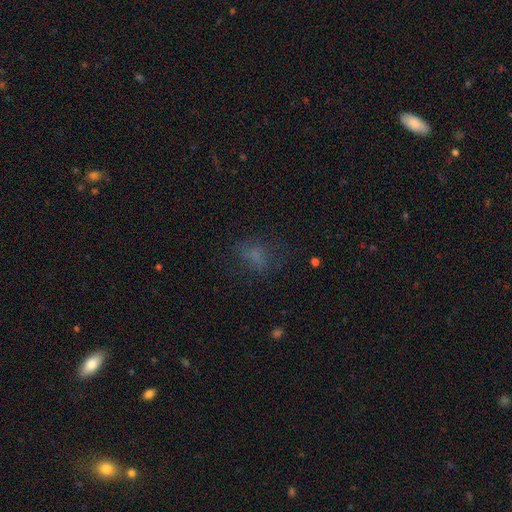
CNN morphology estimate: A smooth galaxy with no disk features (61%) that is in between round and cigar-shaped (65%).

Vote fractions:
- Smooth or featured? smooth: 61% / star or artifact: 23% / featured or disk: 16%
- How rounded? in between: 65% / round: 32% / cigar-shaped: 3%
- Merging? none: 61% / minor disturbance: 19% / major disturbance: 18% / merger: 2%